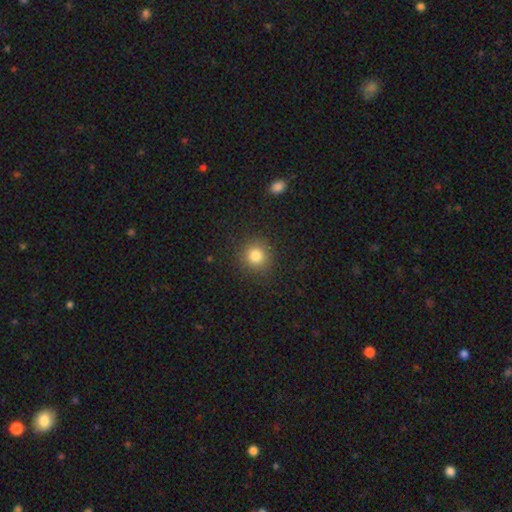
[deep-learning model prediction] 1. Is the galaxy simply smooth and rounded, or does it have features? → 82% smooth, 12% star or artifact, 6% featured or disk.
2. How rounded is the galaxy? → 89% round, 10% in between, 1% cigar-shaped.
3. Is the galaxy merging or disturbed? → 89% none, 7% minor disturbance, 3% major disturbance, 1% merger.